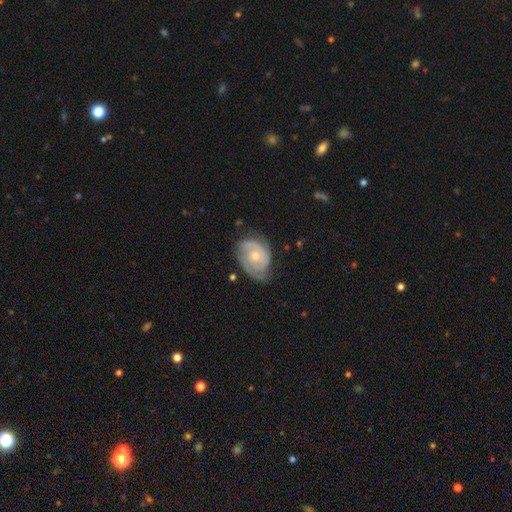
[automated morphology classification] This is likely a featured or disk galaxy (79%). It is clearly not viewed edge-on (97%). Bar: likely no (77%). Spiral arm pattern: clearly yes (92%). Spiral arm count: possibly 2 (52%). Spiral winding: likely tight (63%). Central bulge: possibly moderate (49%). Merging: likely none (61%).